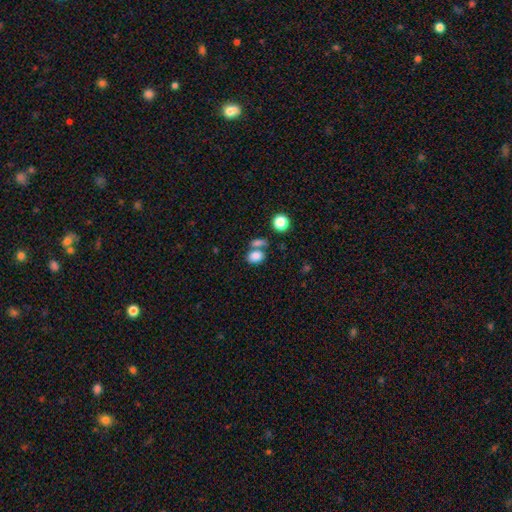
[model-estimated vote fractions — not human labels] This appears to be a smooth galaxy with no disk features (82%) that is in between round and cigar-shaped (73%). Merging: none (50%).